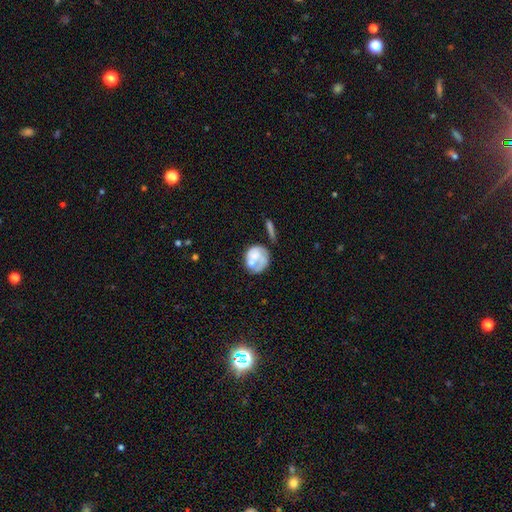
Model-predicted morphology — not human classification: Smooth or featured? smooth (51%)
How rounded? round (69%)
Merging? none (36%)